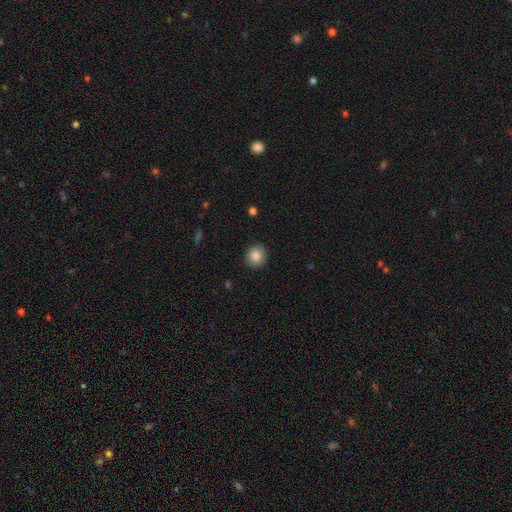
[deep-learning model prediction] The model was most divided on "smooth or featured": smooth: 87%, star or artifact: 8%, featured or disk: 5%. More confident: merging — none (90%); how rounded — round (90%).